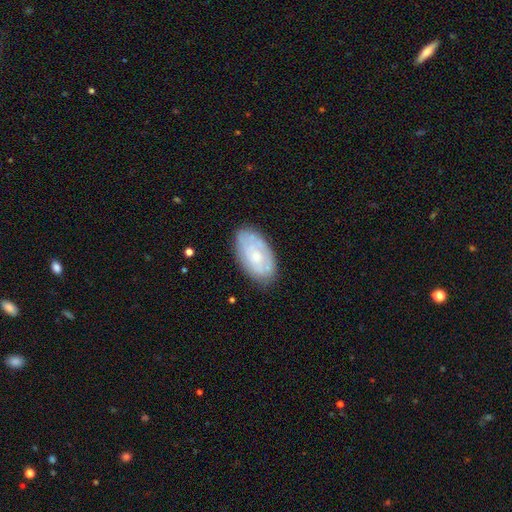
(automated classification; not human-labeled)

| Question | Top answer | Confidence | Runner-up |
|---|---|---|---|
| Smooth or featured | featured or disk | 52% | smooth (42%) |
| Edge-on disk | no | 93% | yes (7%) |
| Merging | none | 74% | minor disturbance (19%) |